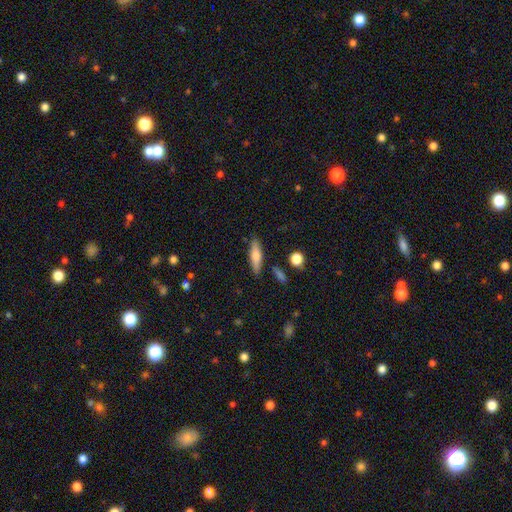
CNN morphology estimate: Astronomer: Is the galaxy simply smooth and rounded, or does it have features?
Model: smooth — 64%.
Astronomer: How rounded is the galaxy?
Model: cigar-shaped — 63%.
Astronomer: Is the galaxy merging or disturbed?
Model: none — 84%.